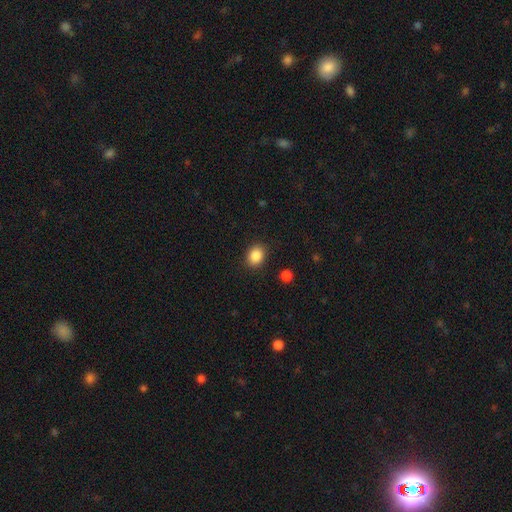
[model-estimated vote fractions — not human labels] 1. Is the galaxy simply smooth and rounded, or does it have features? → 87% smooth, 9% star or artifact, 4% featured or disk.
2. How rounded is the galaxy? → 51% round, 49% in between, 1% cigar-shaped.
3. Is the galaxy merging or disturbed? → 88% none, 8% minor disturbance, 3% major disturbance, 2% merger.